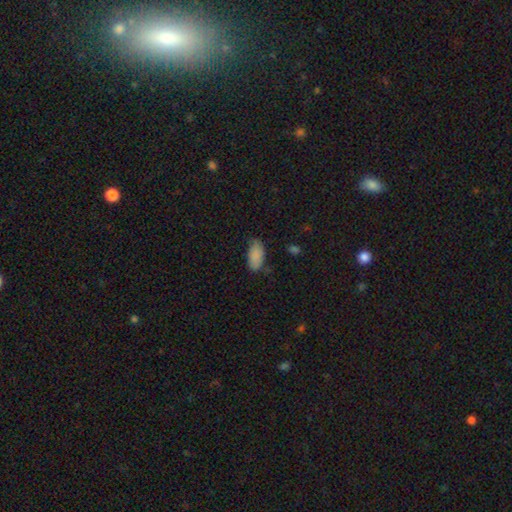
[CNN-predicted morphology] Overall: smooth (86%). How rounded: in between (93%). Merging: none (58%; minor disturbance 32%).